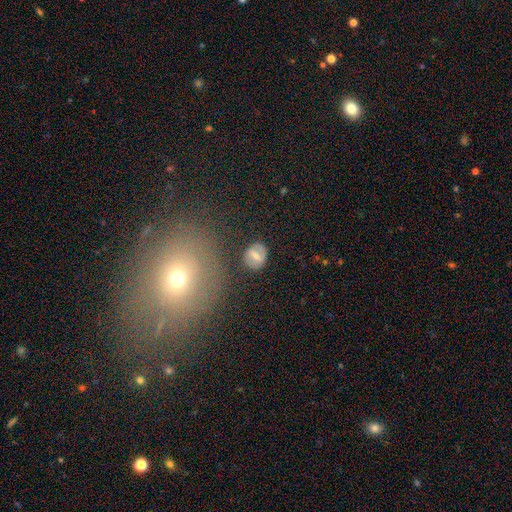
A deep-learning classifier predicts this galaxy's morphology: Q: Smooth or featured?
A: smooth (53%); runner-up: featured or disk (38%)
Q: How rounded?
A: round (66%); runner-up: in between (33%)
Q: Merging?
A: none (82%); runner-up: minor disturbance (11%)